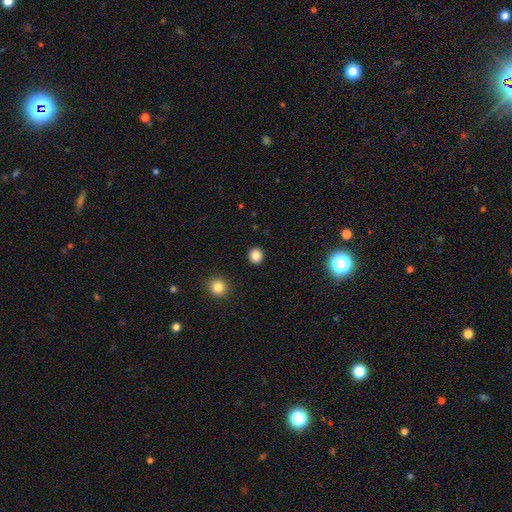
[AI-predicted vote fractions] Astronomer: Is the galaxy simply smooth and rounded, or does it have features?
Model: smooth — 85%.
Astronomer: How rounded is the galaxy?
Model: round — 88%.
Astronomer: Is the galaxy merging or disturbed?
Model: none — 92%.